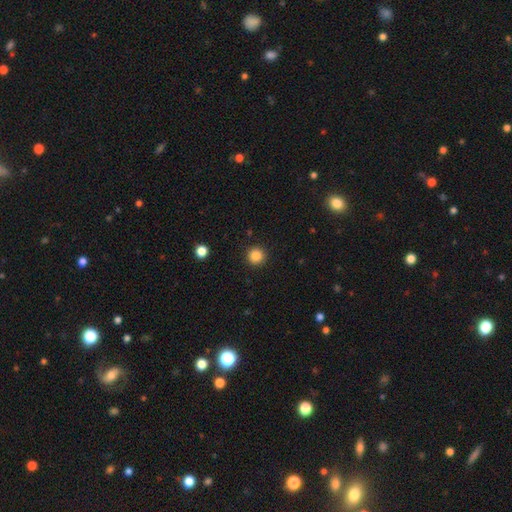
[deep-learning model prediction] smooth 86%, star or artifact 11%, featured or disk 3%. Down the decision tree: how rounded — round (95%); merging — none (92%).